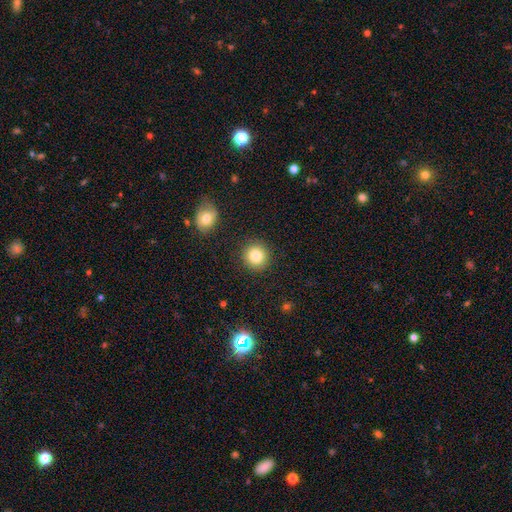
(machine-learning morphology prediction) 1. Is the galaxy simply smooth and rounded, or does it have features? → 83% smooth, 10% star or artifact, 7% featured or disk.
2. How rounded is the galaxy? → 91% round, 8% in between, 1% cigar-shaped.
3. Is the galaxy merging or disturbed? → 89% none, 7% minor disturbance, 2% major disturbance, 2% merger.